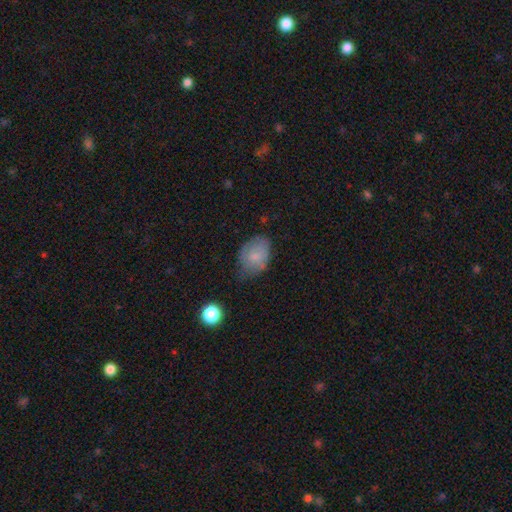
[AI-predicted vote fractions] Overall: smooth (74%). How rounded: in between (78%). Merging: none (51%; minor disturbance 36%).